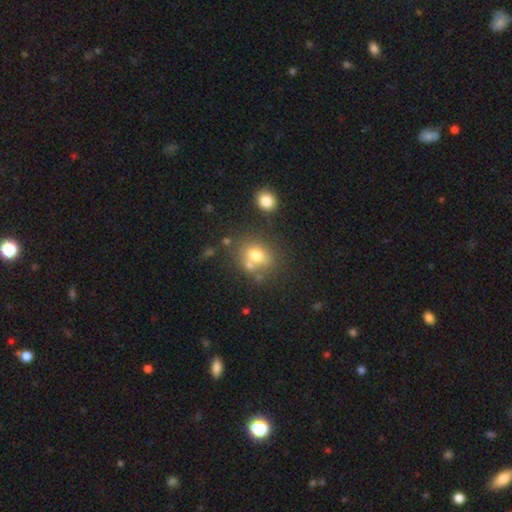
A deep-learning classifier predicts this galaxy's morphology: Smooth or featured? smooth (71%)
How rounded? round (65%)
Merging? none (56%)